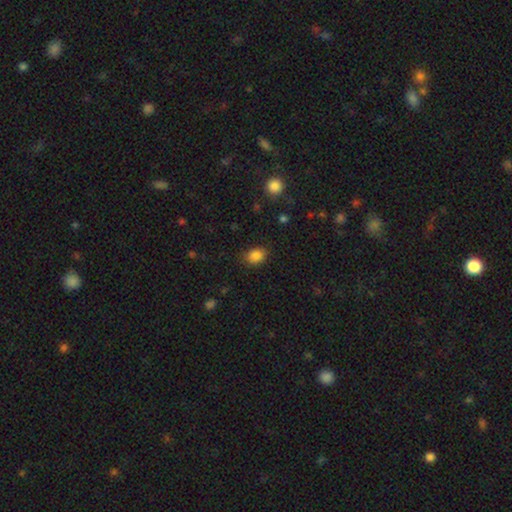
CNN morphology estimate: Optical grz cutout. It shows a smooth galaxy with no disk features (86%) that is in between round and cigar-shaped (66%). Merging: none (83%).